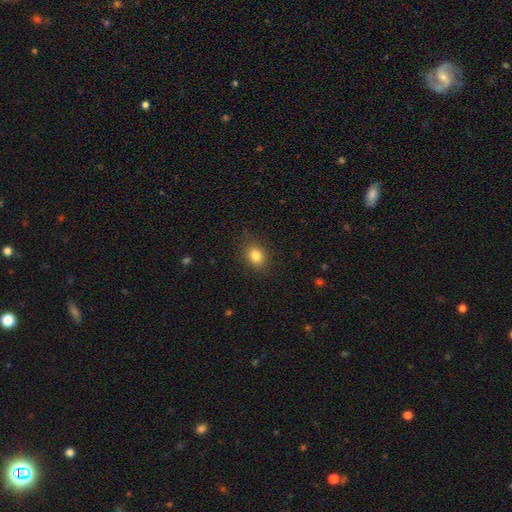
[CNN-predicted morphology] Smooth or featured: smooth — 83% (star or artifact — 11%)
How rounded: in between — 56% (round — 42%)
Merging: none — 85% (minor disturbance — 11%)